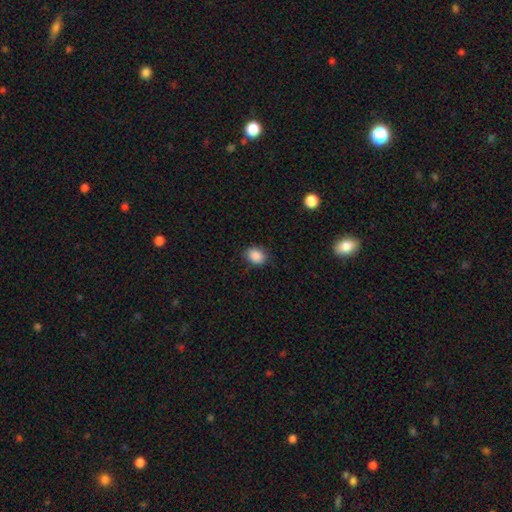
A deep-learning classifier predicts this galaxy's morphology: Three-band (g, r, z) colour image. It shows a smooth galaxy with no disk features (88%) that is in between round and cigar-shaped (53%). Merging: none (82%).